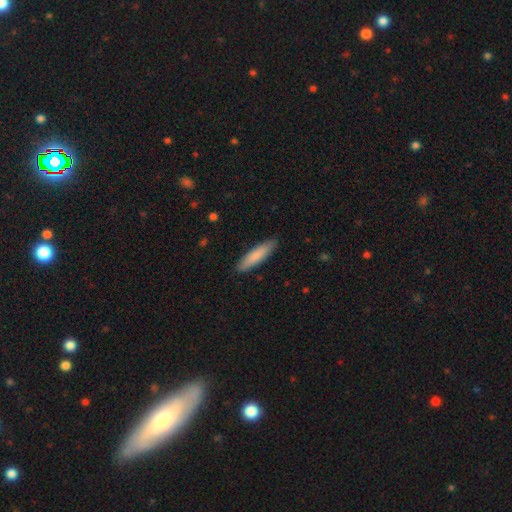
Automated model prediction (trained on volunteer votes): Morphology: type=smooth (83%); roundness=cigar-shaped (76%); merging=none (89%).